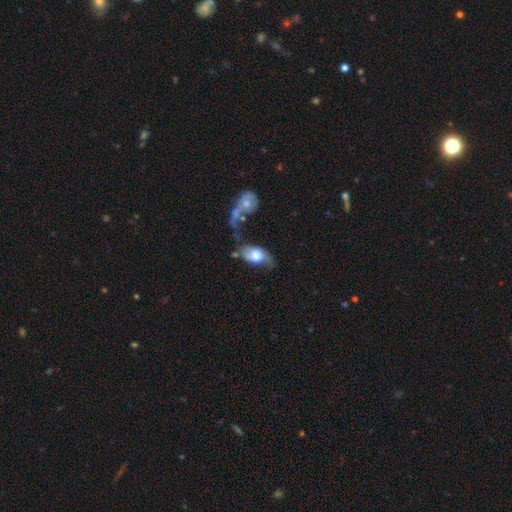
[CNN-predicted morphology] Q: Smooth or featured?
A: featured or disk (49%); runner-up: smooth (44%)
Q: Merging?
A: none (37%); runner-up: minor disturbance (24%)